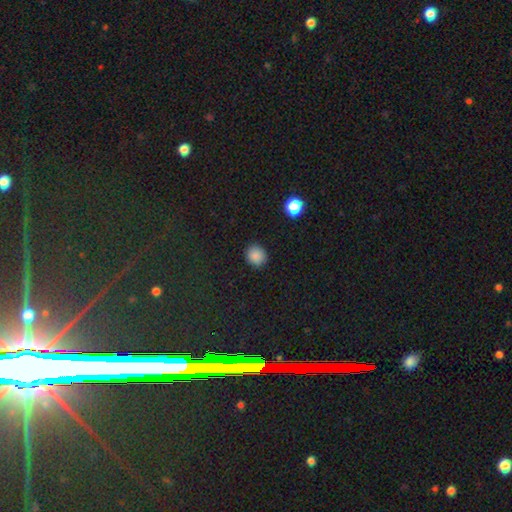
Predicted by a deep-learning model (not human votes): The model was most divided on "how rounded": round: 85%, in between: 14%, cigar-shaped: 1%. More confident: merging — none (89%); smooth or featured — smooth (86%).